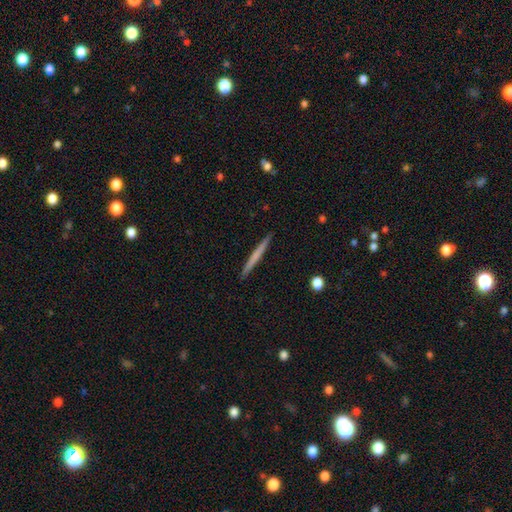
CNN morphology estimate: smooth 57%, featured or disk 37%, star or artifact 5%. Down the decision tree: how rounded — cigar-shaped (97%); merging — none (92%).